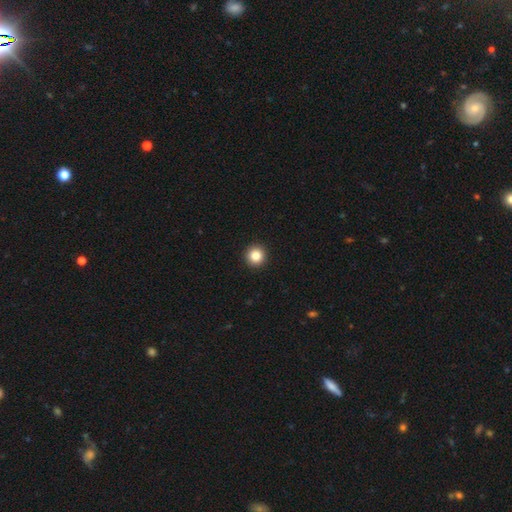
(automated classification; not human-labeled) A smooth galaxy with no disk features (85%) that is round (95%).

Vote fractions:
- Smooth or featured? smooth: 85% / star or artifact: 10% / featured or disk: 5%
- How rounded? round: 95% / in between: 4% / cigar-shaped: 1%
- Merging? none: 94% / minor disturbance: 4% / major disturbance: 1% / merger: 1%